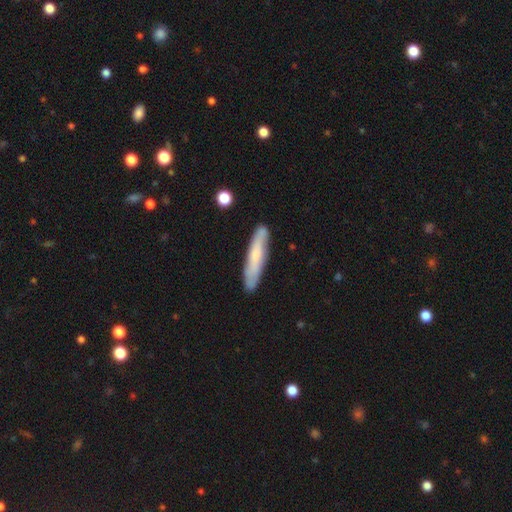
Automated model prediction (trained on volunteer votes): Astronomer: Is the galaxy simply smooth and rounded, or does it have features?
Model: smooth — 62%.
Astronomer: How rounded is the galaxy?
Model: cigar-shaped — 87%.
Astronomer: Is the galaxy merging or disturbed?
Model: none — 84%.